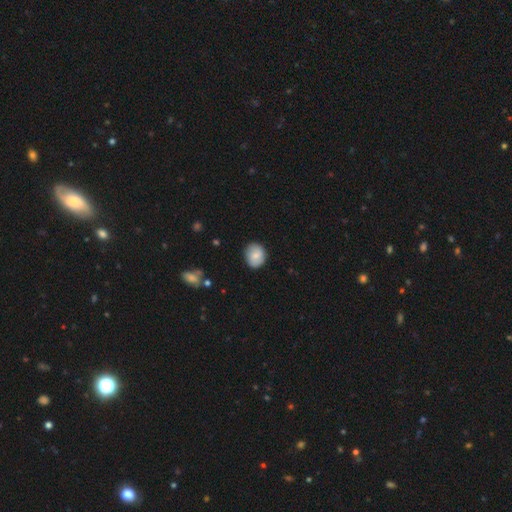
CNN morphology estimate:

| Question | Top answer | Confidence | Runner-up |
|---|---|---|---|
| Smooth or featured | smooth | 74% | featured or disk (19%) |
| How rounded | round | 62% | in between (37%) |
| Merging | none | 81% | minor disturbance (15%) |